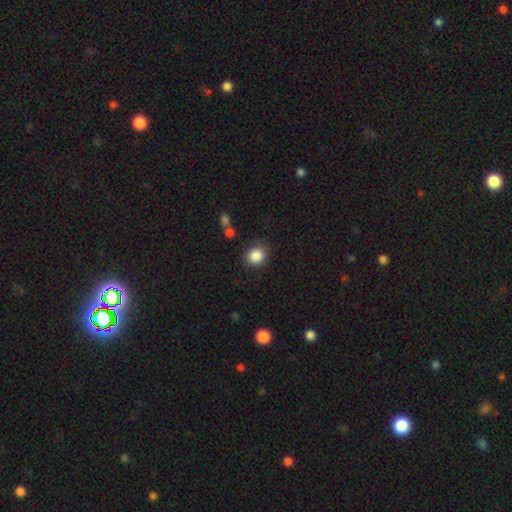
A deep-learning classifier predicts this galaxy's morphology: Smooth or featured?
  - smooth: 86% *
  - star or artifact: 9%
  - featured or disk: 4%
How rounded?
  - round: 78% *
  - in between: 21%
  - cigar-shaped: 1%
Merging?
  - none: 83% *
  - minor disturbance: 11%
  - major disturbance: 3%
  - merger: 3%